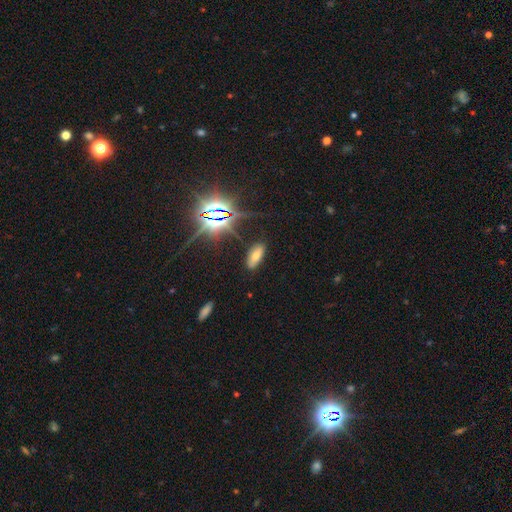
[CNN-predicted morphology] A smooth galaxy with no disk features (62%) that is in between round and cigar-shaped (83%). Merging: none (85%).